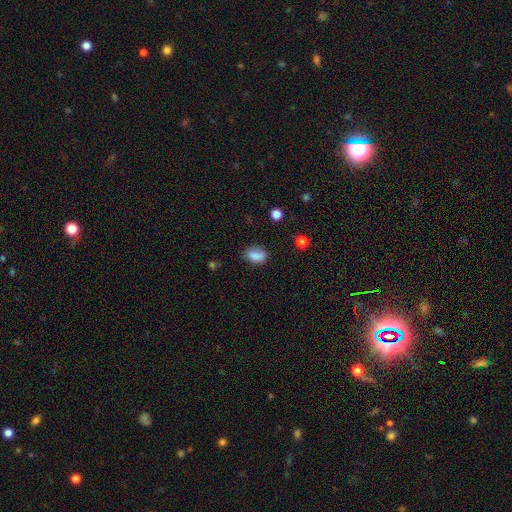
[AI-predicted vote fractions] Smooth or featured?
  - smooth: 82% *
  - star or artifact: 10%
  - featured or disk: 8%
How rounded?
  - in between: 78% *
  - round: 18%
  - cigar-shaped: 3%
Merging?
  - none: 68% *
  - minor disturbance: 21%
  - major disturbance: 6%
  - merger: 5%